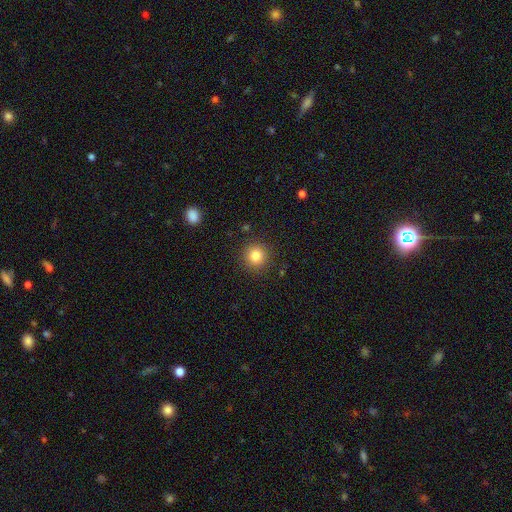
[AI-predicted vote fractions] smooth_or_featured: smooth (p=0.83) [alt: star or artifact p=0.11]
how_rounded: round (p=0.93) [alt: in between p=0.06]
merging: none (p=0.89) [alt: minor disturbance p=0.07]